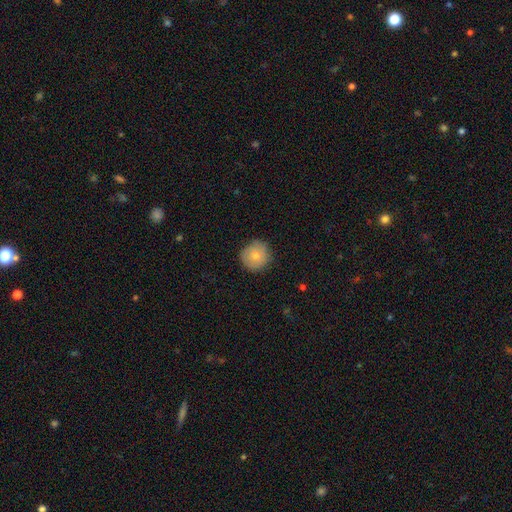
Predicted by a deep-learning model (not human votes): A smooth galaxy with no disk features (78%) that is round (94%). Merging: none (84%).